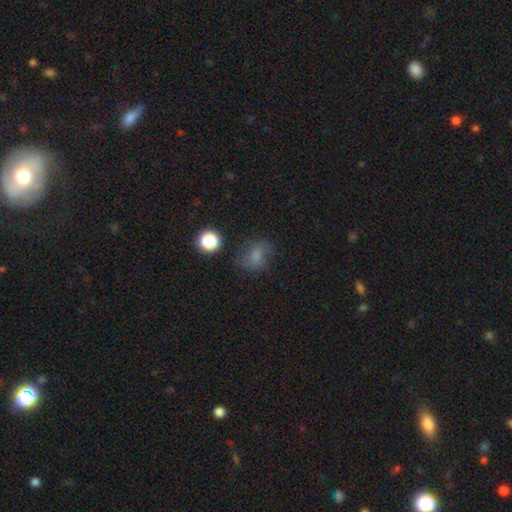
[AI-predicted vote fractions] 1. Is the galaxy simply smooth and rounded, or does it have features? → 70% smooth, 16% star or artifact, 15% featured or disk.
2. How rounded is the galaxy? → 53% in between, 45% round, 1% cigar-shaped.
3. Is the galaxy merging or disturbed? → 66% none, 22% minor disturbance, 10% major disturbance, 3% merger.